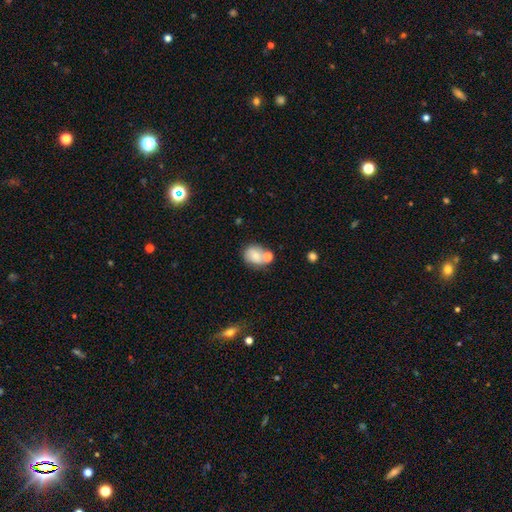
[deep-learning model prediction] Q: Smooth or featured?
A: smooth (72%); runner-up: featured or disk (19%)
Q: How rounded?
A: in between (53%); runner-up: round (45%)
Q: Merging?
A: none (49%); runner-up: merger (26%)